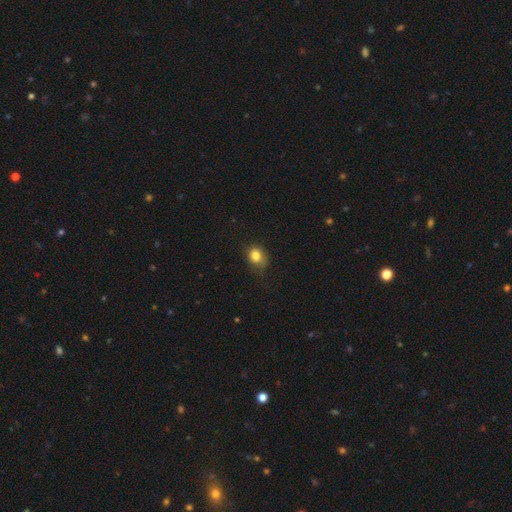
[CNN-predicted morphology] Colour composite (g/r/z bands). It shows a smooth galaxy with no disk features (83%) that is round (60%). Merging: none (66%).